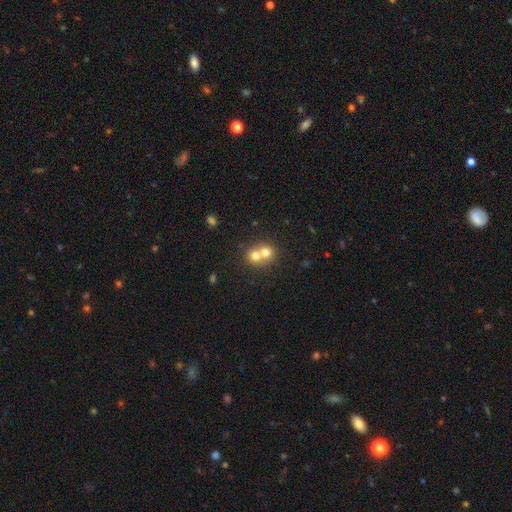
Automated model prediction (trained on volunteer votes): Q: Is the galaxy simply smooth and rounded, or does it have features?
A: smooth — 72%.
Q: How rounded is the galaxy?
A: round — 80%.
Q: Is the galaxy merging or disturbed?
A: merger — 66%.